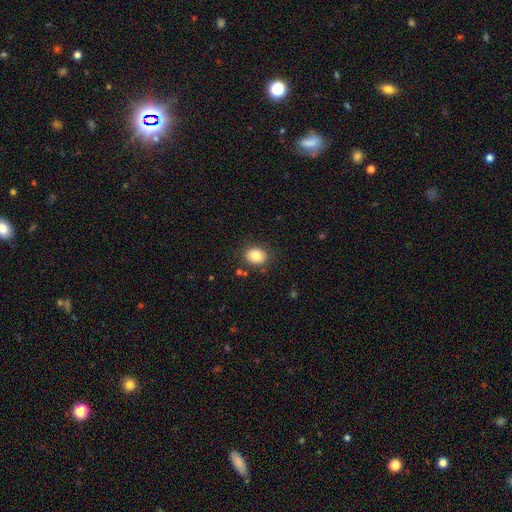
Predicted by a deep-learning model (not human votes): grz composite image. It shows a smooth galaxy with no disk features (82%) that is round (50%). Merging: none (86%).